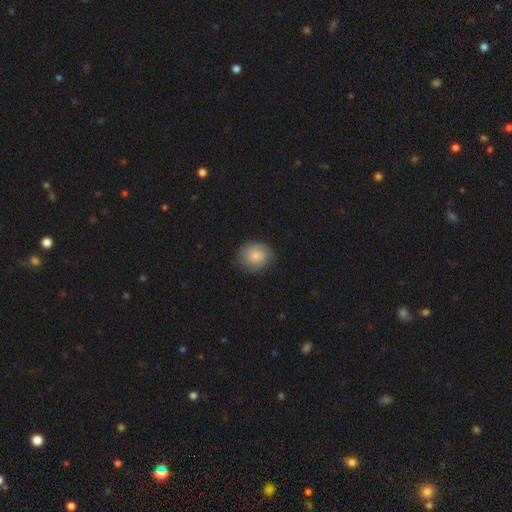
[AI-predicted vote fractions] Smooth or featured? Predicted: smooth (p=0.82). How rounded? Predicted: round (p=0.79). Merging? Predicted: none (p=0.80).